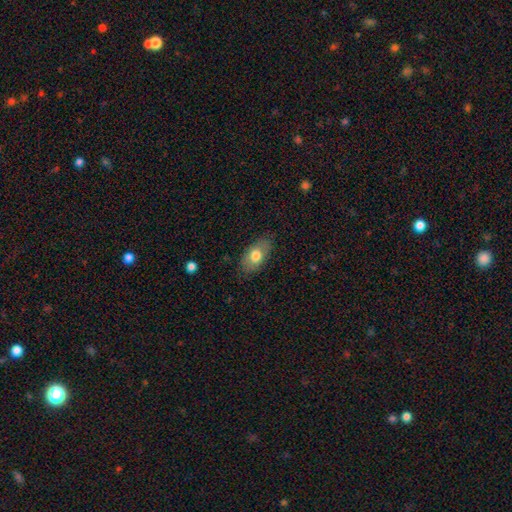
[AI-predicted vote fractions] Q: Smooth or featured?
A: smooth (74%); runner-up: featured or disk (19%)
Q: How rounded?
A: in between (90%); runner-up: round (6%)
Q: Merging?
A: none (80%); runner-up: minor disturbance (15%)